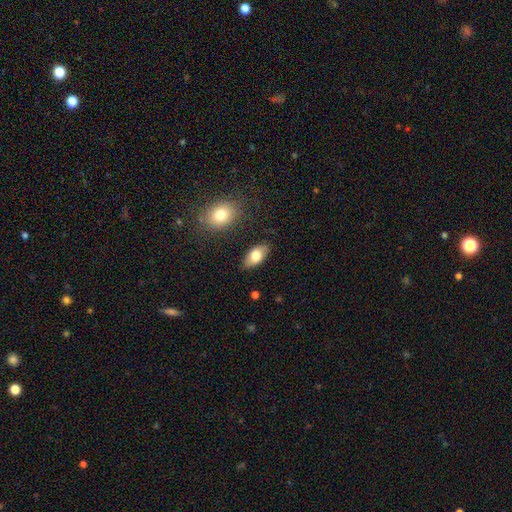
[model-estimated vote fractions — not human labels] The model was most divided on "smooth or featured": smooth: 76%, featured or disk: 17%, star or artifact: 7%. More confident: how rounded — in between (92%); merging — none (85%).